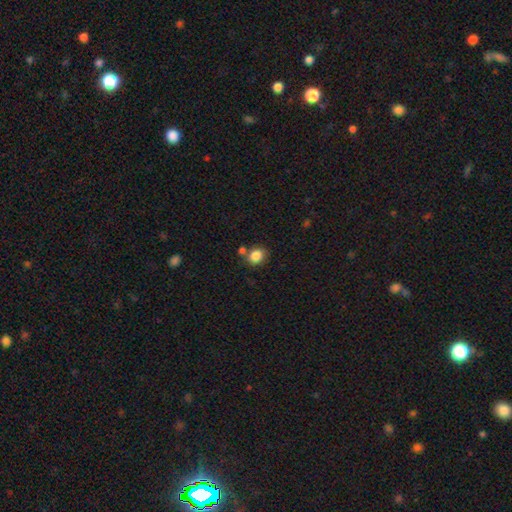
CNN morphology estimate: smooth 85%, star or artifact 10%, featured or disk 5%. Down the decision tree: how rounded — round (57%); merging — none (67%).